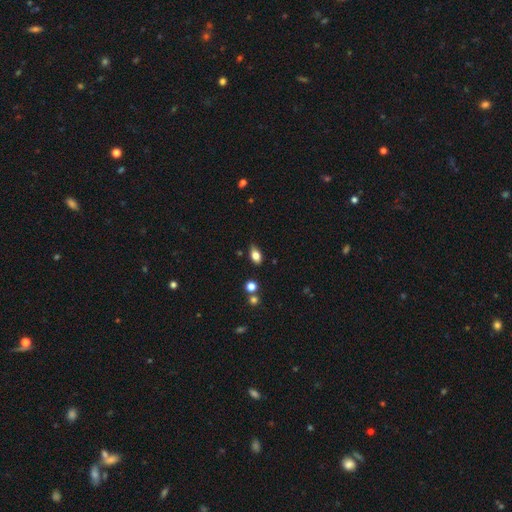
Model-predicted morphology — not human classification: A smooth galaxy with no disk features (77%) that is in between round and cigar-shaped (86%). Merging: none (79%).